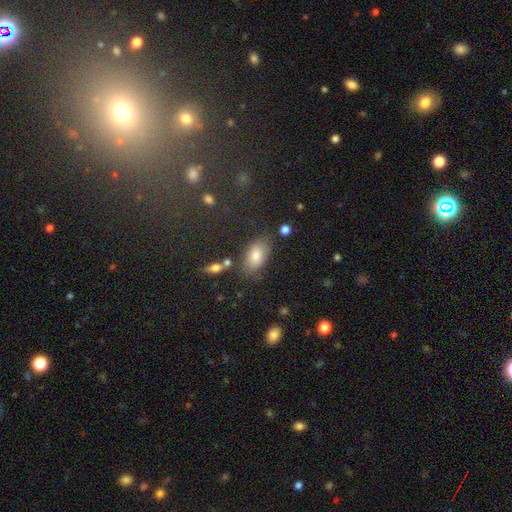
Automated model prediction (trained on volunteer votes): This is likely a smooth galaxy (79%). How rounded: clearly in between (92%). Merging: likely none (76%).